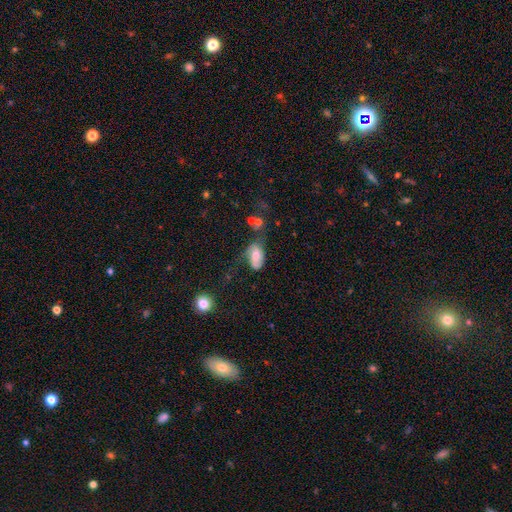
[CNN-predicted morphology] Smooth or featured? smooth (52%)
How rounded? in between (90%)
Merging? none (36%)